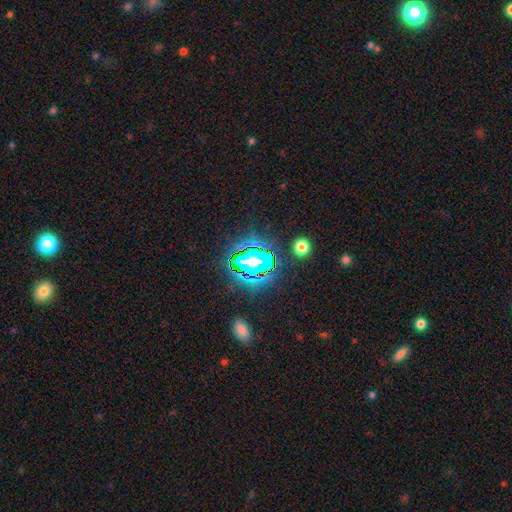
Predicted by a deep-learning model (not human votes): A star or artifact, not a galaxy (77%).

Vote fractions:
- Smooth or featured? star or artifact: 77% / smooth: 14% / featured or disk: 9%